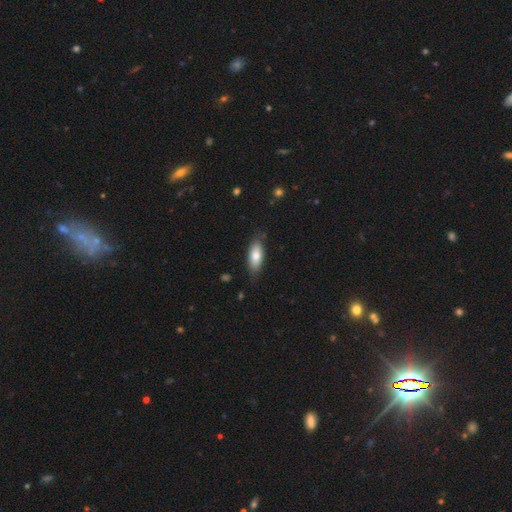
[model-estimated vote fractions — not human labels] smooth 78%, featured or disk 16%, star or artifact 6%. Down the decision tree: how rounded — in between (77%); merging — none (81%).